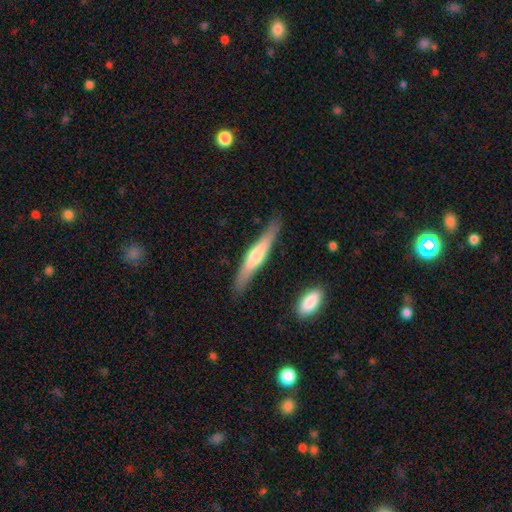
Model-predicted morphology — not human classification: This appears to be a featured or disk galaxy (51%) viewed edge-on (94%). Merging: none (84%).